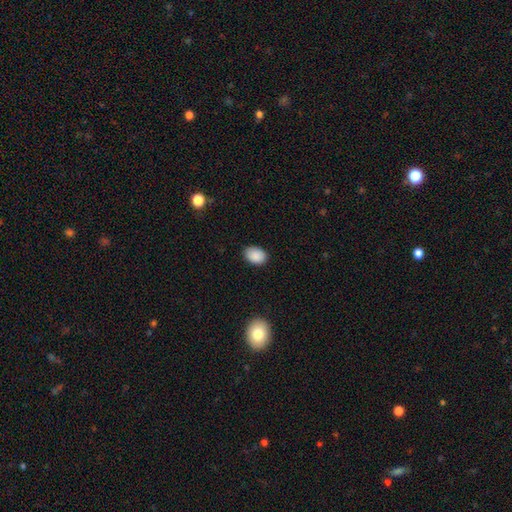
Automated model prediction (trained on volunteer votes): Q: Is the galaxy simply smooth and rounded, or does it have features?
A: smooth — 89%.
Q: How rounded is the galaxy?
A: in between — 80%.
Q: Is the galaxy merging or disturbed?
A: none — 86%.